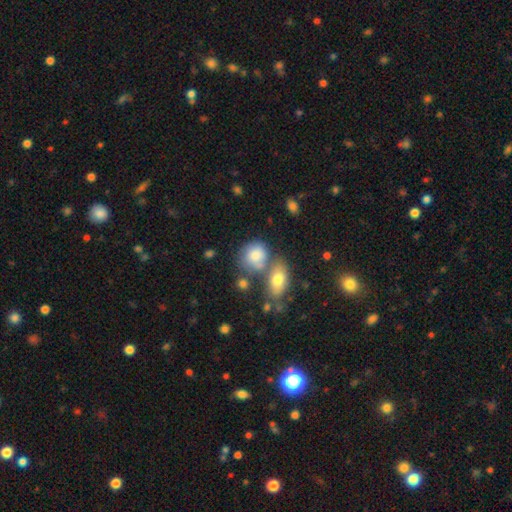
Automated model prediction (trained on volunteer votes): This appears to be a smooth galaxy with no disk features (80%) that is round (57%). Merging: none (41%).